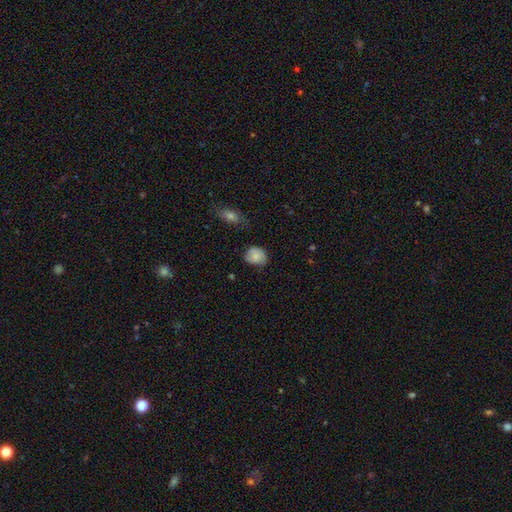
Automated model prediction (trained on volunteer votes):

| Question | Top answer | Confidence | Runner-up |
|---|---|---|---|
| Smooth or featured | smooth | 73% | featured or disk (19%) |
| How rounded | round | 57% | in between (42%) |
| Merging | none | 58% | minor disturbance (32%) |